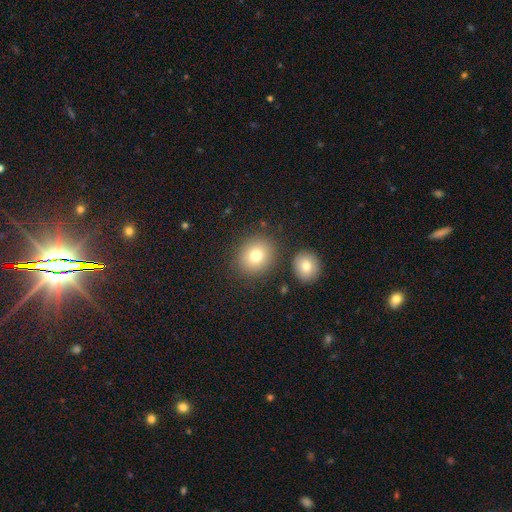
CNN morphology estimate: A smooth galaxy with no disk features (77%) that is round (76%). Merging: none (81%).